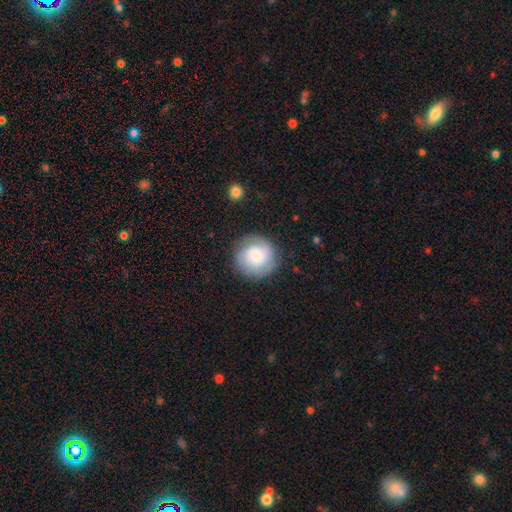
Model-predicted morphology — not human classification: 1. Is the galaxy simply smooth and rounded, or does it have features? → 52% smooth, 41% featured or disk, 8% star or artifact.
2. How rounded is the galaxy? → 92% round, 7% in between, 1% cigar-shaped.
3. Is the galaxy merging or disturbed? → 79% none, 14% minor disturbance, 6% major disturbance, 1% merger.